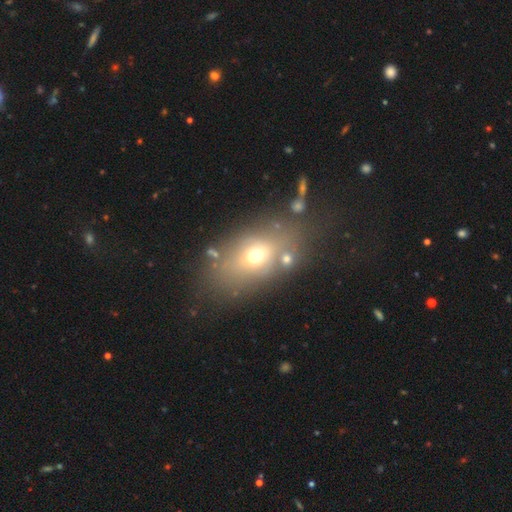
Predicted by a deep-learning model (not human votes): smooth 61%, featured or disk 23%, star or artifact 16%. Down the decision tree: how rounded — in between (75%); merging — none (65%).